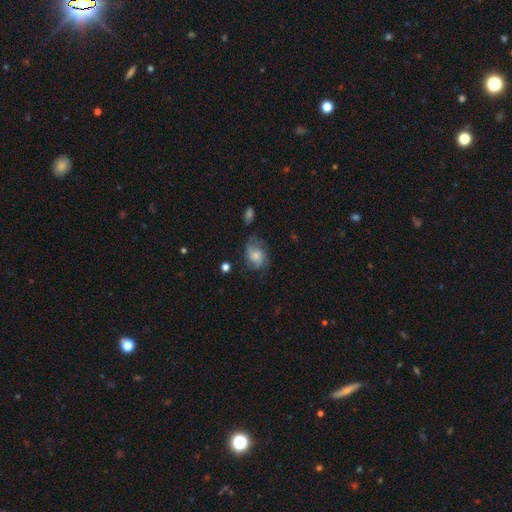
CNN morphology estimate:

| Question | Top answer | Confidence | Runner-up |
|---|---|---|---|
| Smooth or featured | smooth | 51% | featured or disk (40%) |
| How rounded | in between | 65% | round (34%) |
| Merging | none | 52% | minor disturbance (28%) |